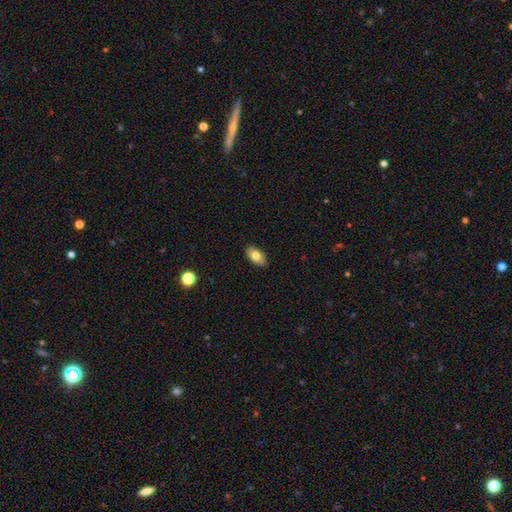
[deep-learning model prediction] This appears to be a smooth galaxy with no disk features (76%) that is in between round and cigar-shaped (92%). Merging: none (89%).